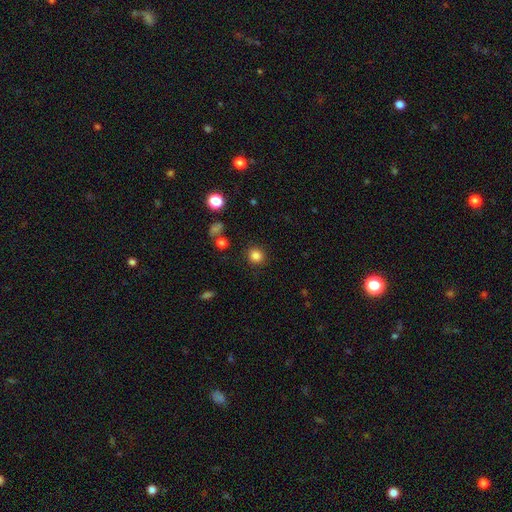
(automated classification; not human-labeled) Overall: smooth (84%). How rounded: round (90%). Merging: none (89%).